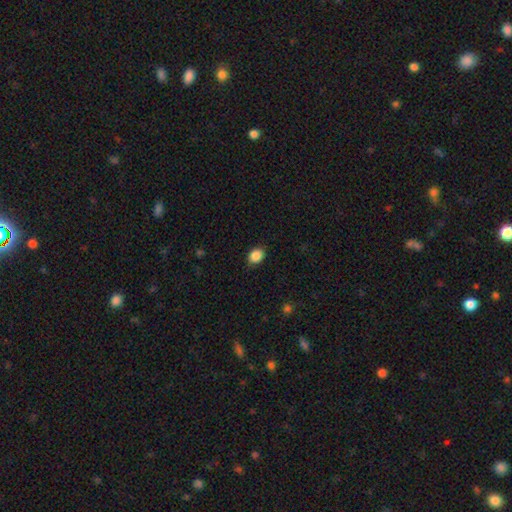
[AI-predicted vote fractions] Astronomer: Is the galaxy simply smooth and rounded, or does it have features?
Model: smooth — 87%.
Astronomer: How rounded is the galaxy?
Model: in between — 58% (runner-up: round, 41%).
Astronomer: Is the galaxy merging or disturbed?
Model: none — 84%.